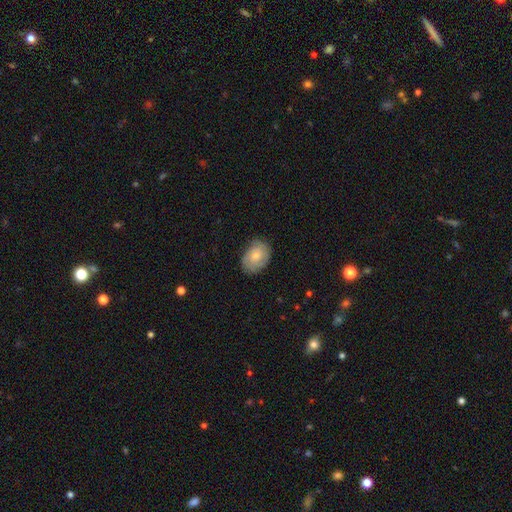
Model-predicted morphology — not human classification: type=featured or disk (49%); merging=none (76%).